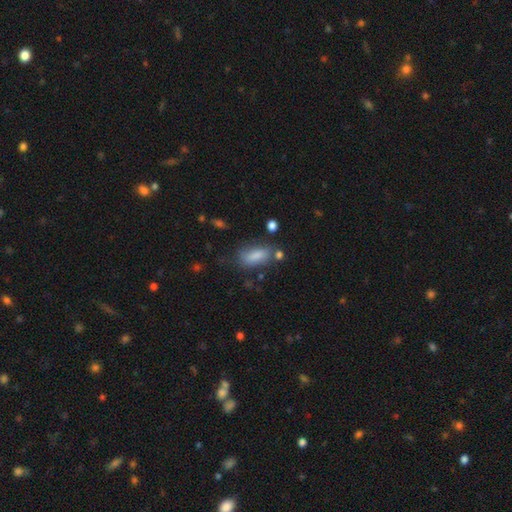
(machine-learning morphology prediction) type=smooth (81%); roundness=in between (81%); merging=none (60%).